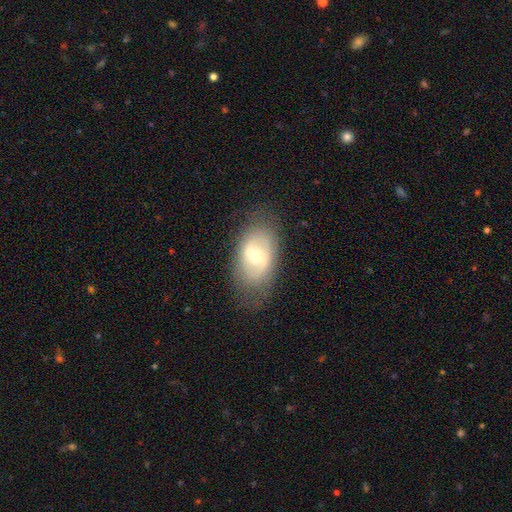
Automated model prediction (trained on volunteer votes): A featured or disk galaxy (59%) with a weak bar (49%), spiral arms (60%) and a moderate central bulge (48%). Merging: none (74%).